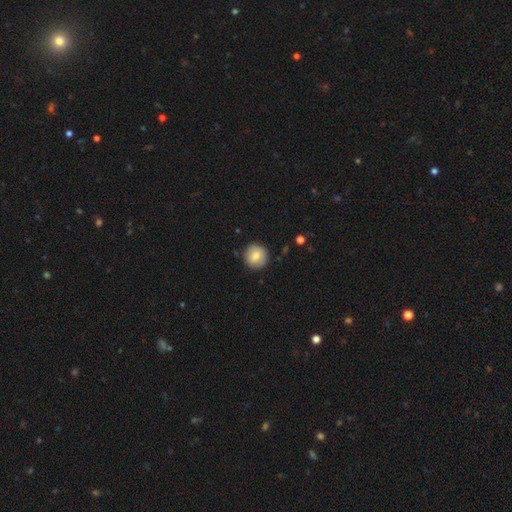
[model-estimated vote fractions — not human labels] The model was most divided on "smooth or featured": smooth: 78%, featured or disk: 13%, star or artifact: 8%. More confident: how rounded — round (95%); merging — none (90%).